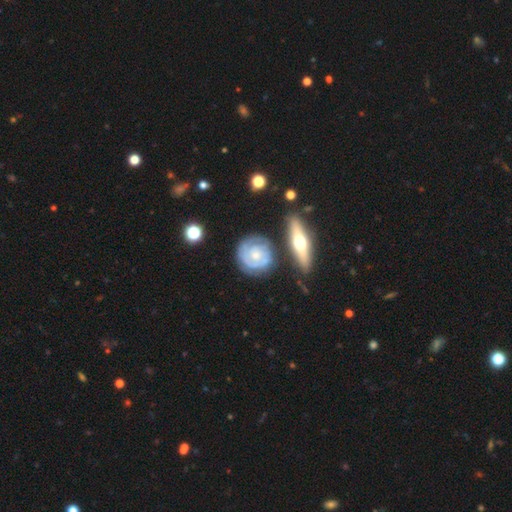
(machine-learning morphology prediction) This is likely a featured or disk galaxy (77%). It is clearly not viewed edge-on (95%). Bar: likely no (79%). Spiral arm pattern: clearly yes (90%). Spiral arm count: marginally 2 (40%). Spiral winding: likely tight (75%). Central bulge: possibly small (60%). Merging: likely none (72%).